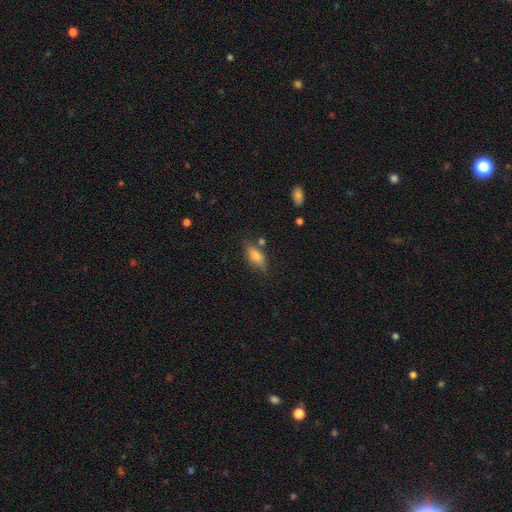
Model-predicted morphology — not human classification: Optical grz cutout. It shows a smooth galaxy with no disk features (67%) that is in between round and cigar-shaped (73%). Merging: none (70%).